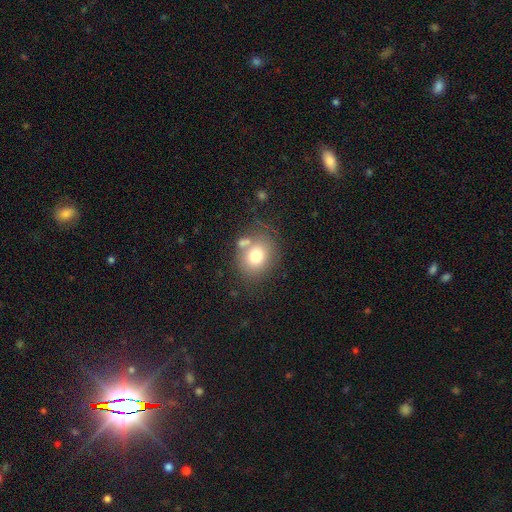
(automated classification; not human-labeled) Smooth or featured: smooth — 74% (featured or disk — 15%)
How rounded: round — 58% (in between — 41%)
Merging: none — 64% (minor disturbance — 15%)